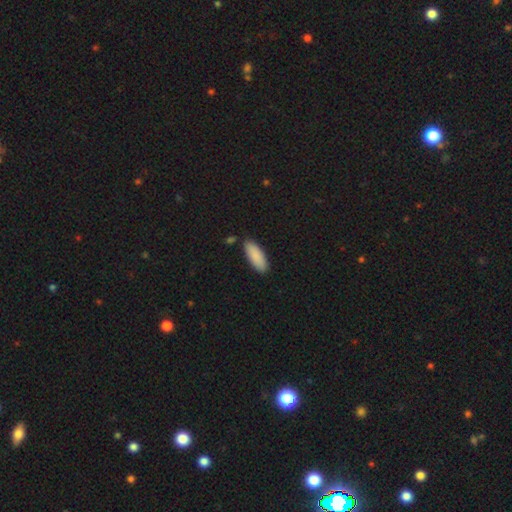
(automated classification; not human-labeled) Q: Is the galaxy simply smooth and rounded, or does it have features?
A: smooth — 89%.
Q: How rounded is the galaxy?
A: in between — 71%.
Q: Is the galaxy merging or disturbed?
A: none — 84%.